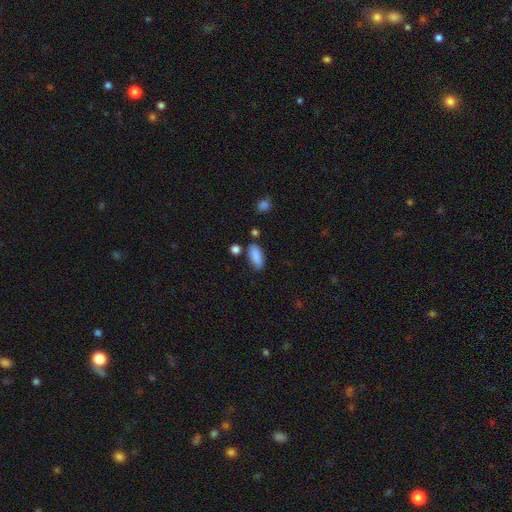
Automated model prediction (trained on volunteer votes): A smooth galaxy with no disk features (88%) that is in between round and cigar-shaped (86%). Merging: none (77%).